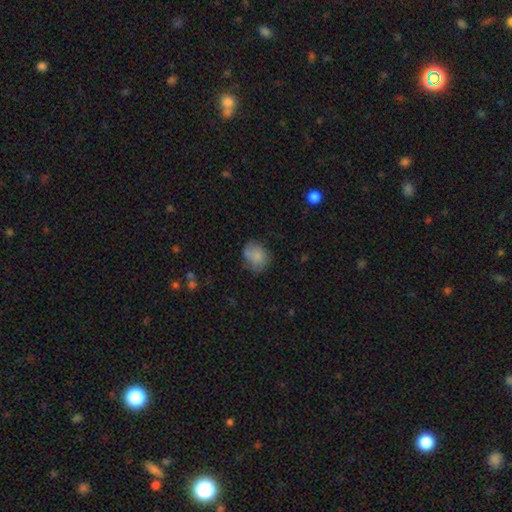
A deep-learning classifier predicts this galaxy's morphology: Smooth or featured? smooth (78%)
How rounded? round (59%)
Merging? none (59%)